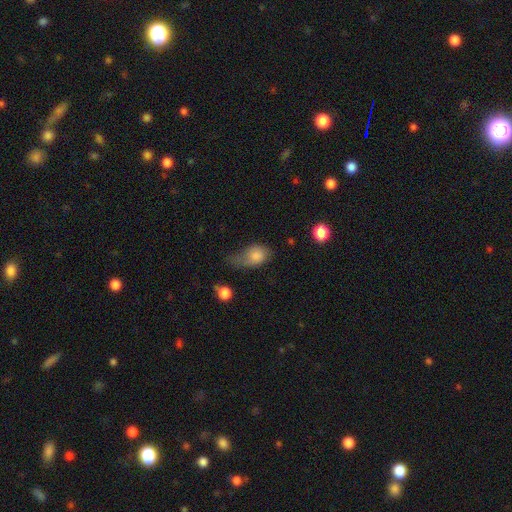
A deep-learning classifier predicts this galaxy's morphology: smooth-or-featured: smooth: 75% | featured or disk: 16% | star or artifact: 9%
  how-rounded: in between: 77% | round: 20% | cigar-shaped: 3%
  merging: minor disturbance: 37% | major disturbance: 33% | none: 25% | merger: 5%